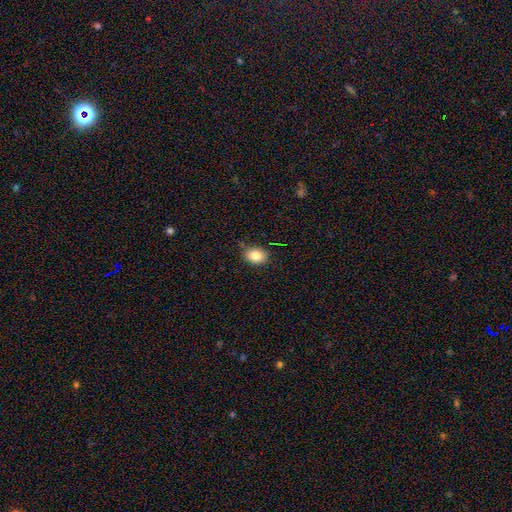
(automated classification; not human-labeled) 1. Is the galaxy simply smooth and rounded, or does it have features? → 84% smooth, 9% star or artifact, 7% featured or disk.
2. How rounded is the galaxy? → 73% in between, 26% round, 1% cigar-shaped.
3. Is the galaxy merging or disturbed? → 78% none, 17% minor disturbance, 3% major disturbance, 2% merger.